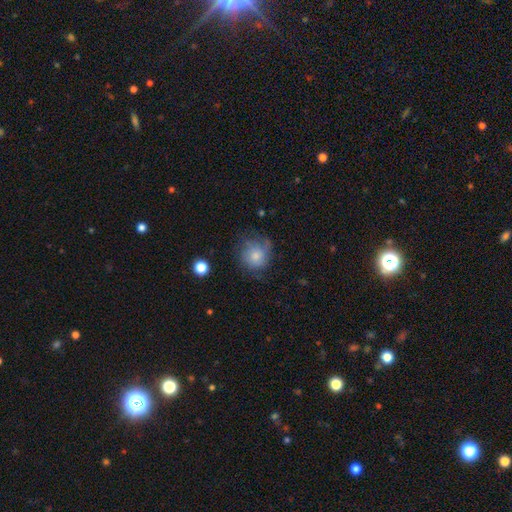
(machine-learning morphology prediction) This appears to be a smooth galaxy with no disk features (69%) that is round (85%). Merging: none (55%).